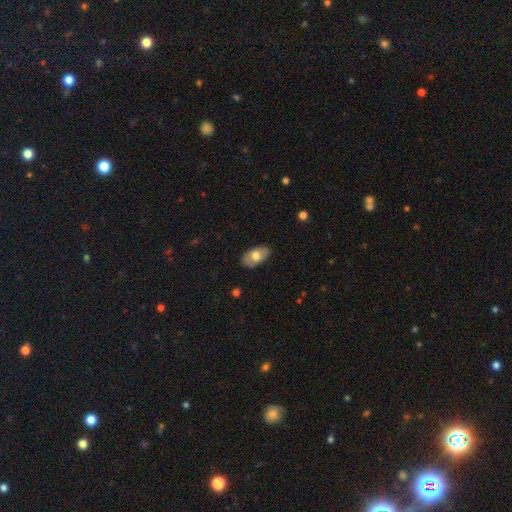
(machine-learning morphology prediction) Smooth or featured? Predicted: smooth (p=0.68). How rounded? Predicted: in between (p=0.94). Merging? Predicted: none (p=0.84).